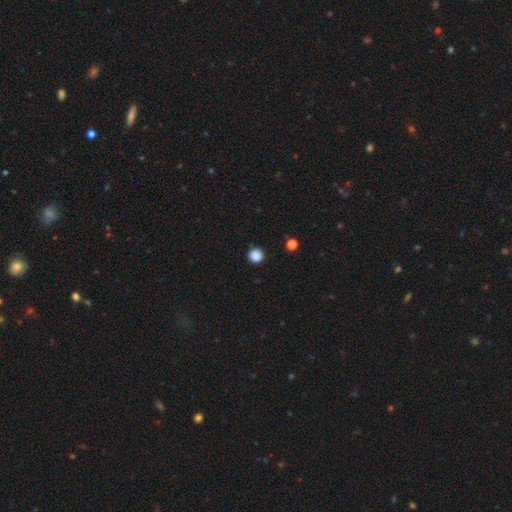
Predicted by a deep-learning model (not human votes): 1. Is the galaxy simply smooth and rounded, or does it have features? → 87% smooth, 11% star or artifact, 2% featured or disk.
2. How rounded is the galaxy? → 95% round, 4% in between, 1% cigar-shaped.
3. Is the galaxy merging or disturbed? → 92% none, 5% minor disturbance, 2% major disturbance, 1% merger.